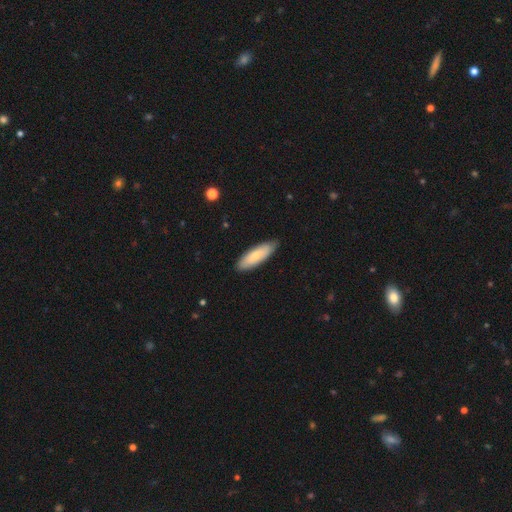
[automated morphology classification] type=smooth (71%); roundness=in between (56%); merging=none (84%).